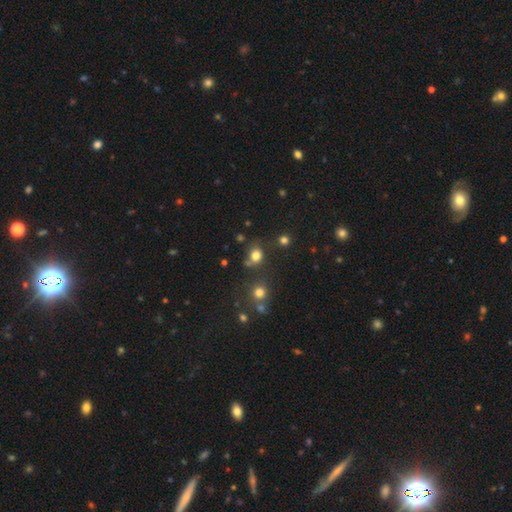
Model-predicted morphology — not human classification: Smooth or featured? Predicted: smooth (p=0.75). How rounded? Predicted: round (p=0.67). Merging? Predicted: none (p=0.65).